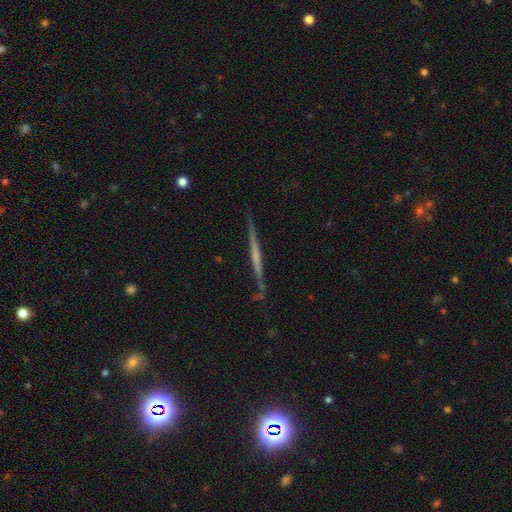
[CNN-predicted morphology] Smooth or featured: featured or disk — 66% (smooth — 29%)
Edge-on disk: yes — 97% (no — 3%)
Edge-on bulge: none — 76% (rounded — 15%)
Merging: none — 82% (minor disturbance — 12%)